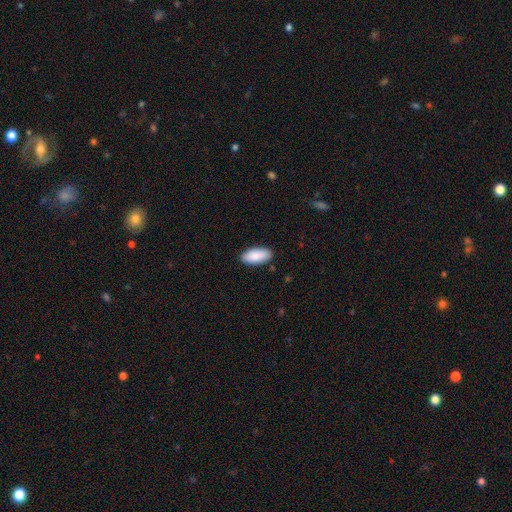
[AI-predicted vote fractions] Smooth or featured? Predicted: smooth (p=0.86). How rounded? Predicted: in between (p=0.90). Merging? Predicted: none (p=0.88).